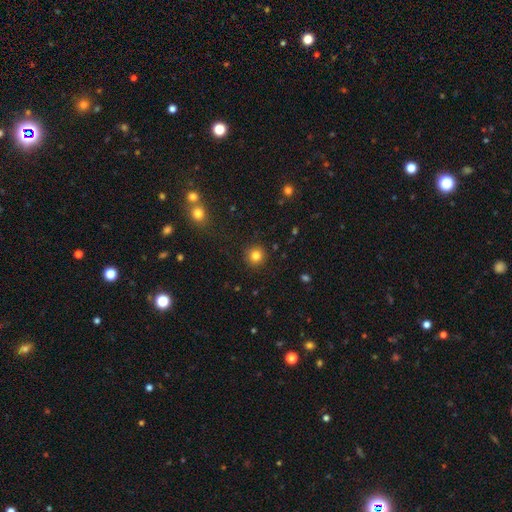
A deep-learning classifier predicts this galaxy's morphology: type=smooth (82%); roundness=round (94%); merging=none (91%).